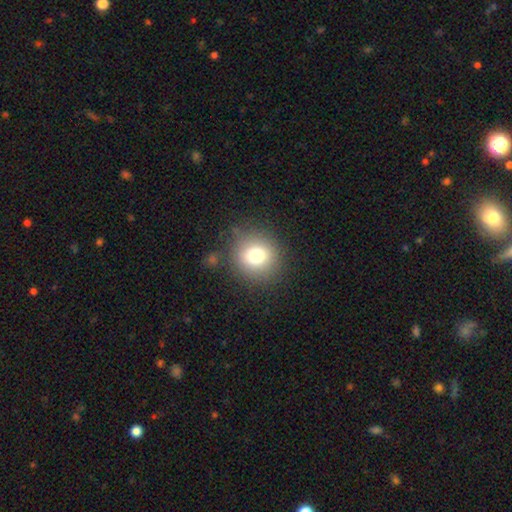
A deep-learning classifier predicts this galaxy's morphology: Smooth or featured? smooth (76%)
How rounded? round (89%)
Merging? none (82%)